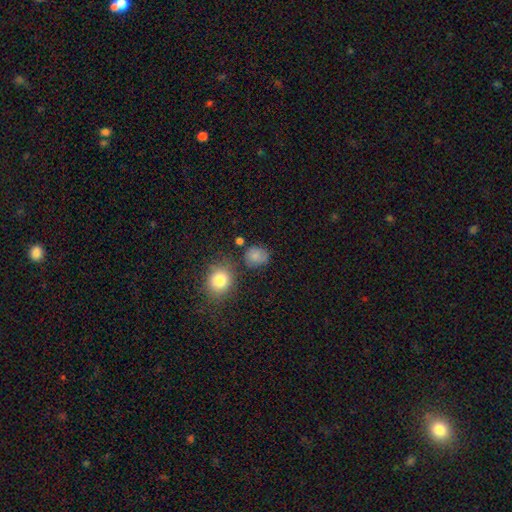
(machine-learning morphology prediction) Overall: smooth (77%). How rounded: round (72%). Merging: none (67%).